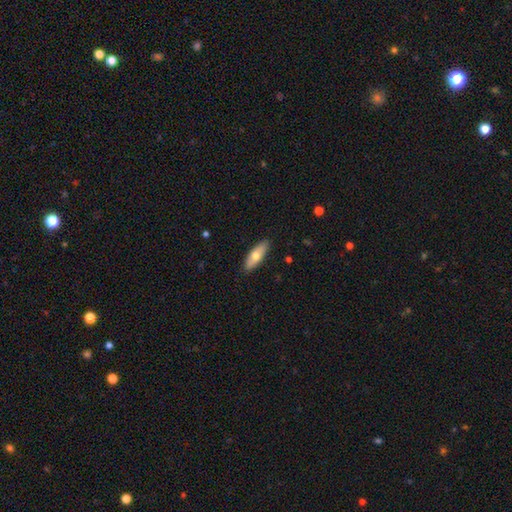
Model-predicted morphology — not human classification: smooth 66%, featured or disk 28%, star or artifact 6%. Down the decision tree: how rounded — in between (60%); merging — none (89%).